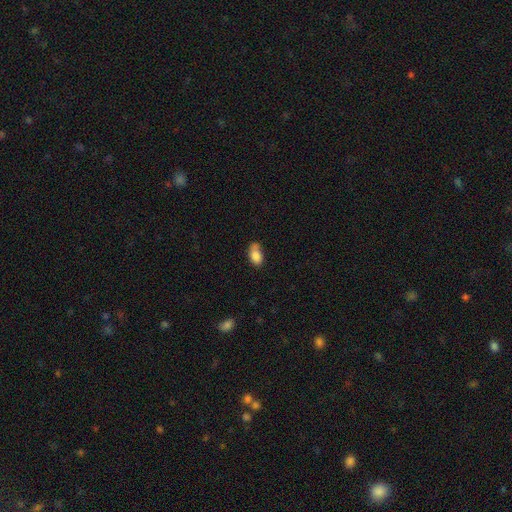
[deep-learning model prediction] smooth_or_featured: smooth (p=0.82) [alt: featured or disk p=0.09]
how_rounded: in between (p=0.90) [alt: round p=0.07]
merging: none (p=0.50) [alt: minor disturbance p=0.32]